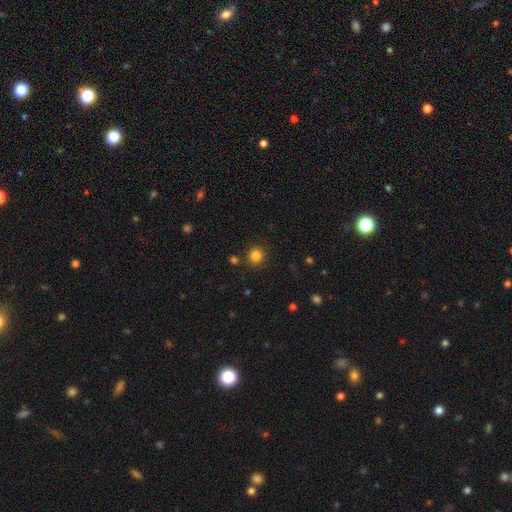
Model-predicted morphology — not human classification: smooth_or_featured: smooth (p=0.83) [alt: star or artifact p=0.13]
how_rounded: round (p=0.91) [alt: in between p=0.08]
merging: none (p=0.88) [alt: minor disturbance p=0.07]